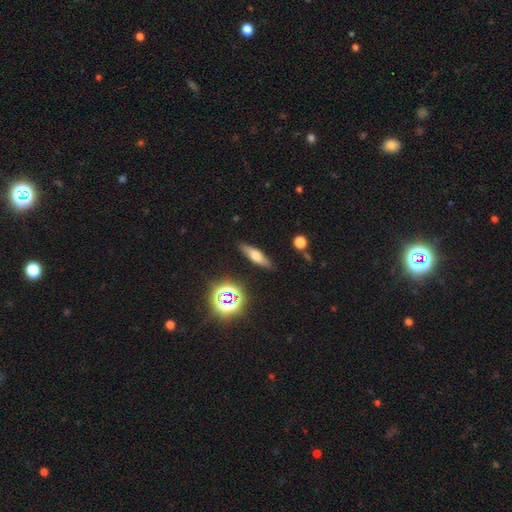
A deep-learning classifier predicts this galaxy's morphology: smooth 56%, featured or disk 31%, star or artifact 13%. Down the decision tree: how rounded — cigar-shaped (59%); merging — none (87%).